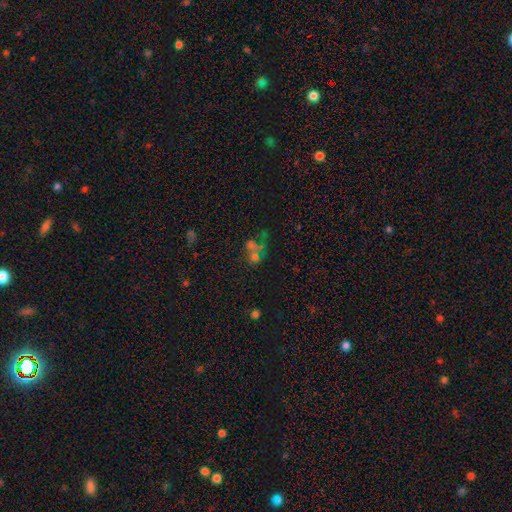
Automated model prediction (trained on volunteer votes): This appears to be a smooth galaxy with no disk features (43%). Merging: merger (44%).